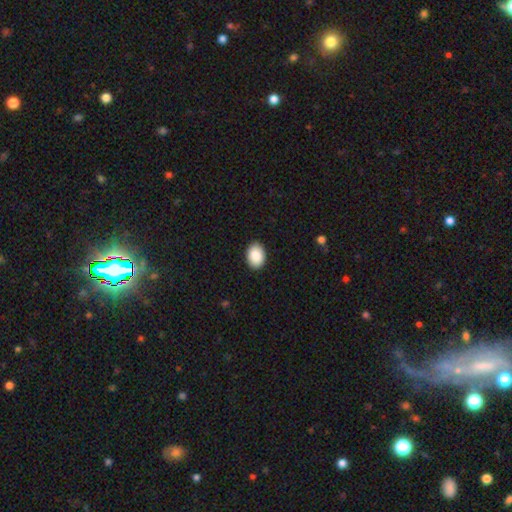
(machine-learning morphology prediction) This is clearly a smooth galaxy (89%). How rounded: likely in between (79%). Merging: clearly none (90%).